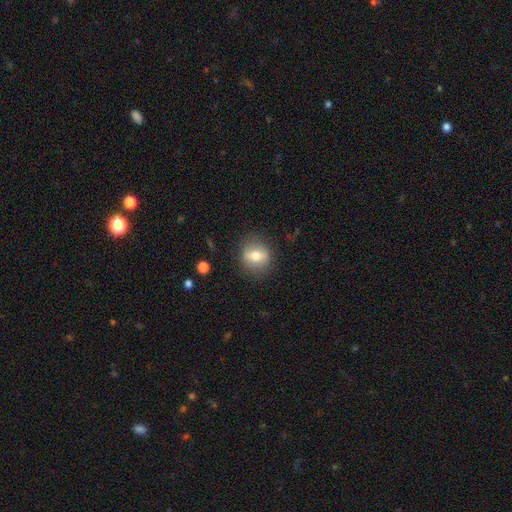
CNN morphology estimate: A smooth galaxy with no disk features (61%) that is round (70%). Merging: none (84%).